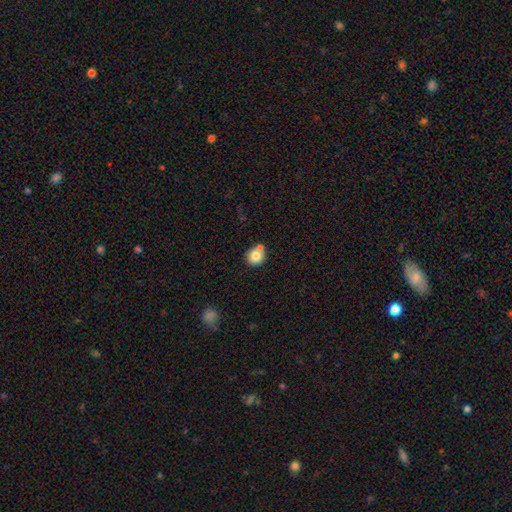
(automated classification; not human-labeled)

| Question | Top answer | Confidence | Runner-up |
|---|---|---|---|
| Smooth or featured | smooth | 80% | featured or disk (11%) |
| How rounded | round | 88% | in between (11%) |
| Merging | none | 59% | merger (29%) |